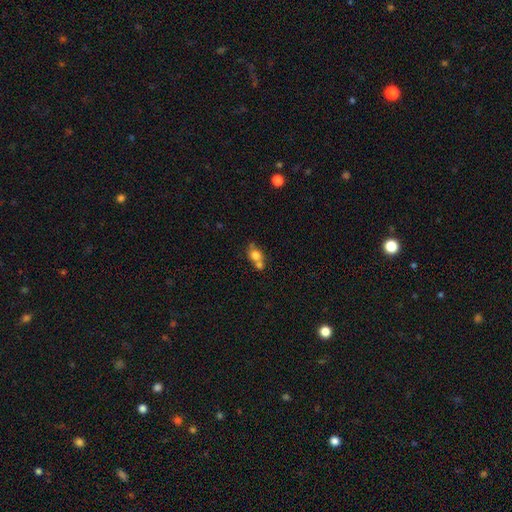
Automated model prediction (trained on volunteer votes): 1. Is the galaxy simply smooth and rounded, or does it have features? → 71% smooth, 18% featured or disk, 11% star or artifact.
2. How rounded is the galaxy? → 53% round, 44% in between, 3% cigar-shaped.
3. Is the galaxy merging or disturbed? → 50% merger, 34% none, 11% minor disturbance, 5% major disturbance.